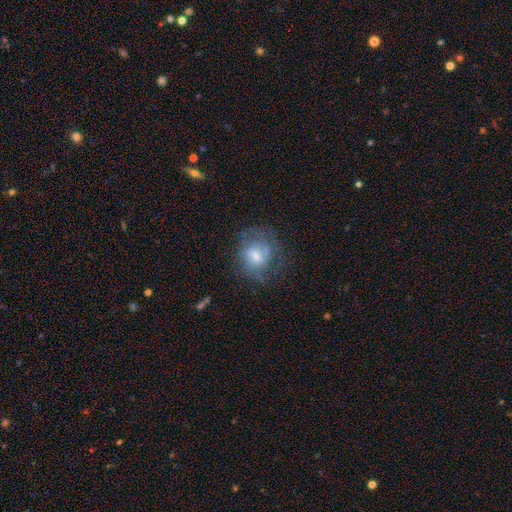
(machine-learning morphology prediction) featured or disk 46%, smooth 44%, star or artifact 10%. Down the decision tree: merging — none (64%).